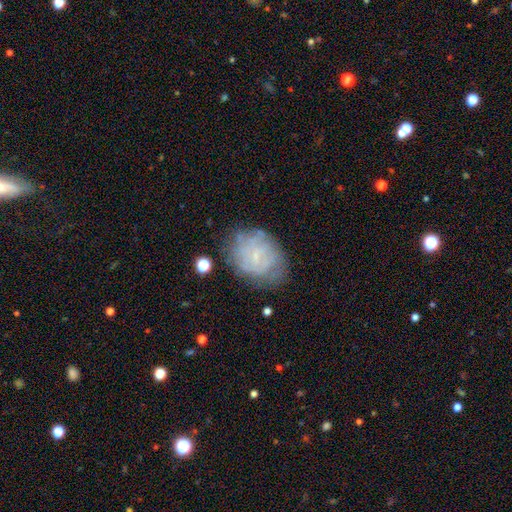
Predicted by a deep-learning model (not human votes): Smooth or featured: featured or disk — 57% (smooth — 33%)
Edge-on disk: no — 97% (yes — 3%)
Bar: no — 60% (weak — 34%)
Spiral arms: yes — 68% (no — 32%)
Bulge size: small — 72% (none — 17%)
Merging: none — 62% (minor disturbance — 24%)